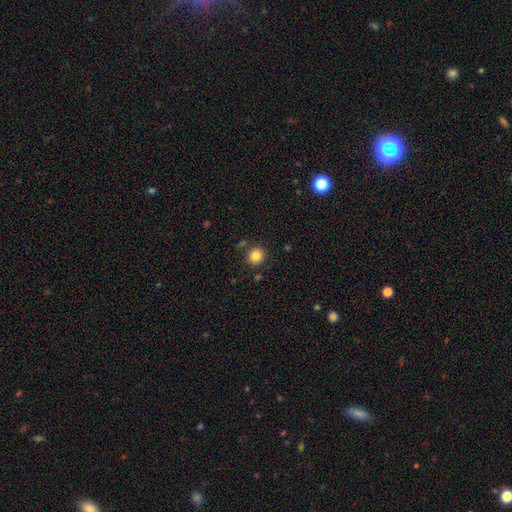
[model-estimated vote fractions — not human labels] A smooth galaxy with no disk features (83%) that is round (90%). Merging: none (86%).